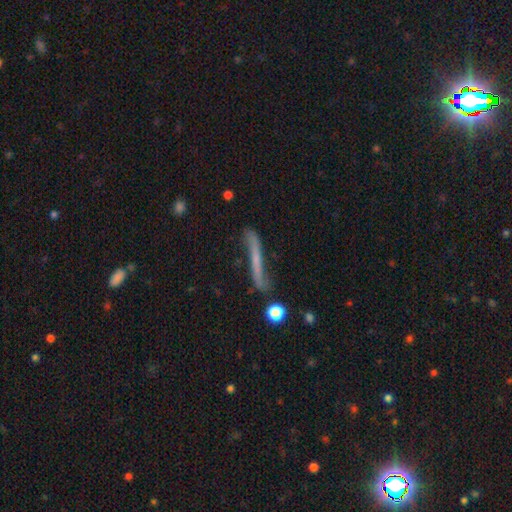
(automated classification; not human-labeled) featured or disk 56%, smooth 35%, star or artifact 9%. Down the decision tree: edge-on disk — yes (63%); merging — none (56%).